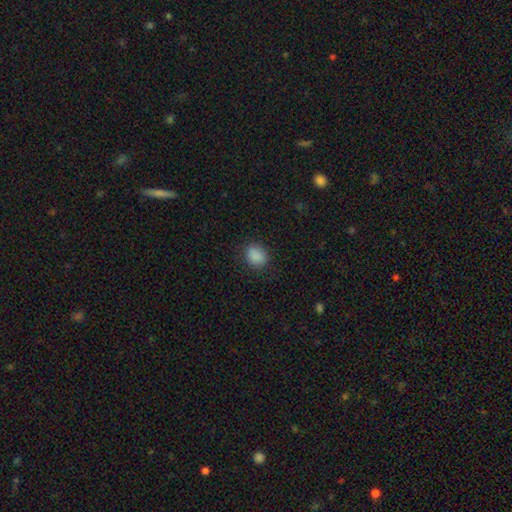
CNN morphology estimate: Smooth or featured? smooth (87%)
How rounded? round (54%)
Merging? none (84%)